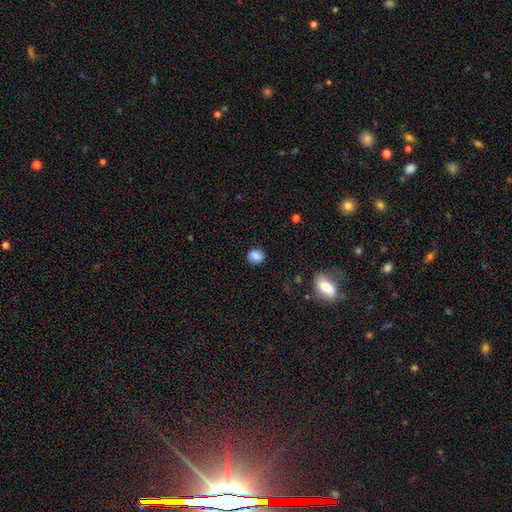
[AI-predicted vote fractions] Smooth or featured?
  - smooth: 84% *
  - star or artifact: 10%
  - featured or disk: 6%
How rounded?
  - round: 74% *
  - in between: 25%
  - cigar-shaped: 1%
Merging?
  - none: 84% *
  - minor disturbance: 11%
  - major disturbance: 3%
  - merger: 1%